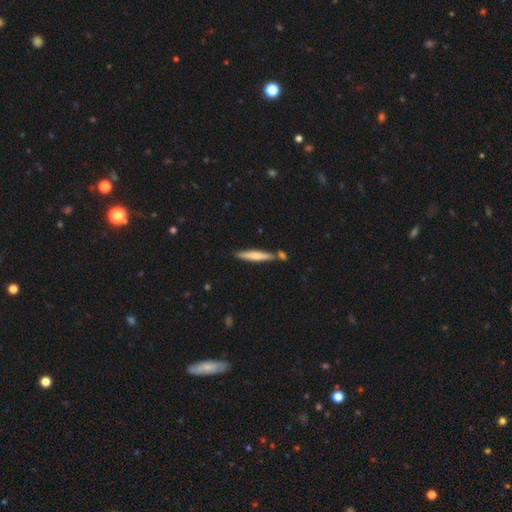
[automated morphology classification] A smooth galaxy with no disk features (55%) that is cigar-shaped (92%).

Vote fractions:
- Smooth or featured? smooth: 55% / featured or disk: 40% / star or artifact: 5%
- How rounded? cigar-shaped: 92% / in between: 6% / round: 1%
- Merging? none: 74% / merger: 13% / minor disturbance: 11% / major disturbance: 2%